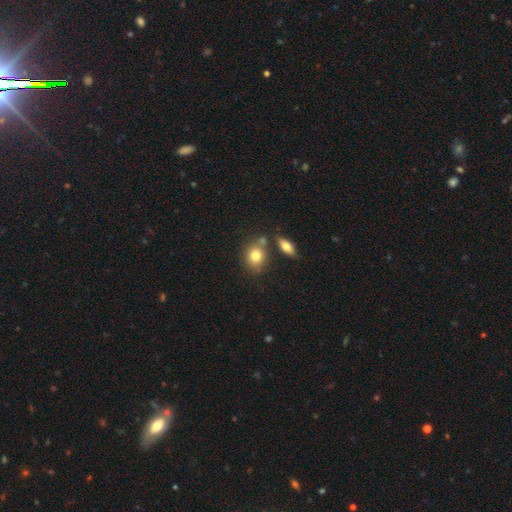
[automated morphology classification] Smooth or featured? Predicted: smooth (p=0.79). How rounded? Predicted: round (p=0.56). Merging? Predicted: none (p=0.62).